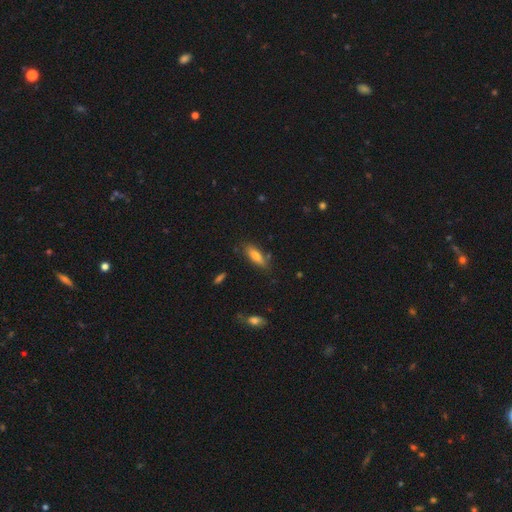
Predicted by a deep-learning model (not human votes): Morphology: type=smooth (76%); roundness=in between (62%); merging=none (75%).